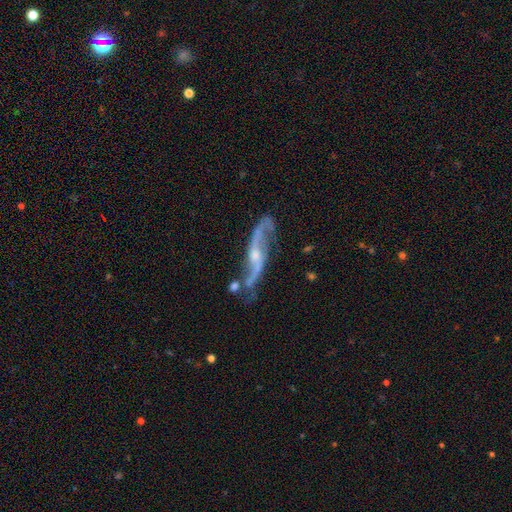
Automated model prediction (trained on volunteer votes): Morphology: type=featured or disk (89%); edge-on=no (81%); bar=no (45%); spiral arms=yes (96%); winding=loose (75%); arm count=2 (92%); bulge=small (50%); merging=none (62%).